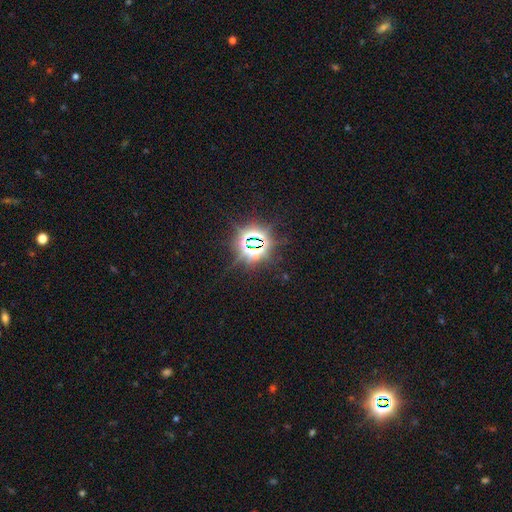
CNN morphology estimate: star or artifact 83%, smooth 9%, featured or disk 8%.